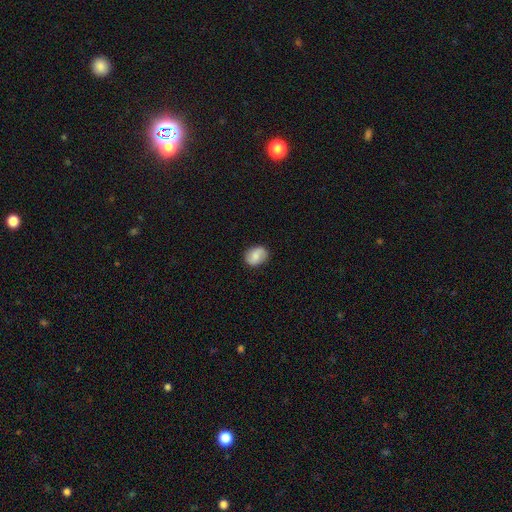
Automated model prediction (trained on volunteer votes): This appears to be a smooth galaxy with no disk features (57%) that is in between round and cigar-shaped (61%). Merging: none (83%).